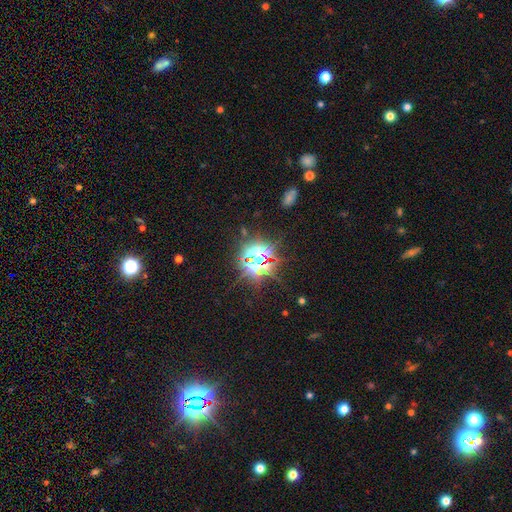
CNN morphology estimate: Smooth or featured? star or artifact (80%)